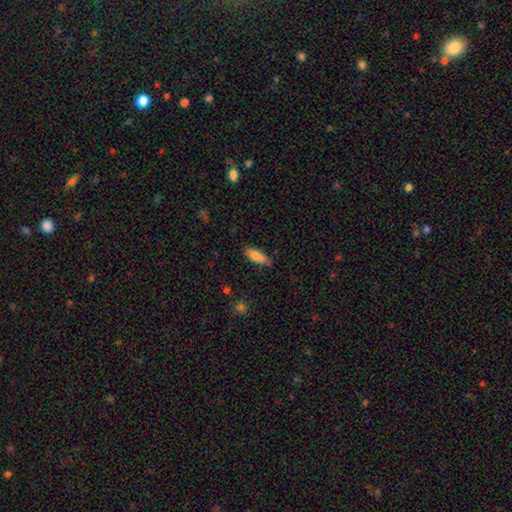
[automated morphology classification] smooth-or-featured: smooth: 77% | featured or disk: 16% | star or artifact: 6%
  how-rounded: in between: 59% | cigar-shaped: 39% | round: 2%
  merging: none: 75% | minor disturbance: 20% | major disturbance: 3% | merger: 2%